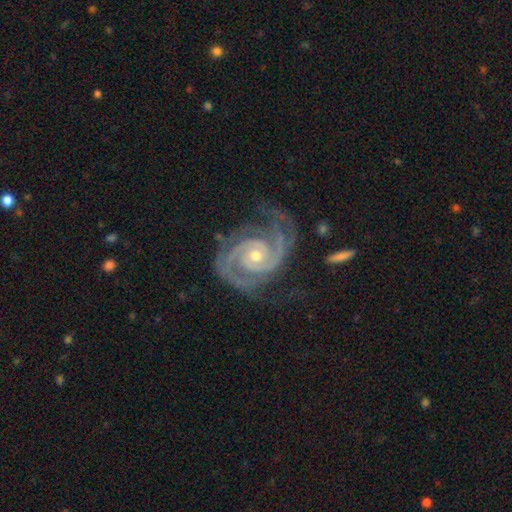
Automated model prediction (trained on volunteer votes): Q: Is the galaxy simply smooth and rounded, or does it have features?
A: featured or disk — 94%.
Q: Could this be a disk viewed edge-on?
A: no — 98%.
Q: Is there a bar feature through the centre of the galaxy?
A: no — 66%.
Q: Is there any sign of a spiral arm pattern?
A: yes — 99%.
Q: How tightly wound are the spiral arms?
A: tight — 66%.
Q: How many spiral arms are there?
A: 2 — 78%.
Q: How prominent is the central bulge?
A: moderate — 50%.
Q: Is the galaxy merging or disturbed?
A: none — 68%.